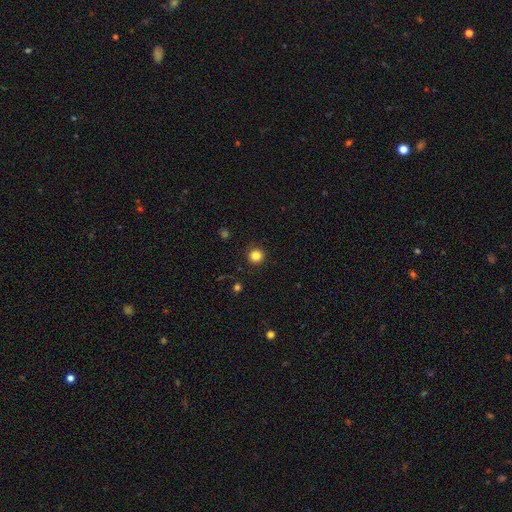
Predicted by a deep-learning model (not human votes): The model was most divided on "smooth or featured": smooth: 83%, star or artifact: 12%, featured or disk: 4%. More confident: how rounded — round (95%); merging — none (91%).